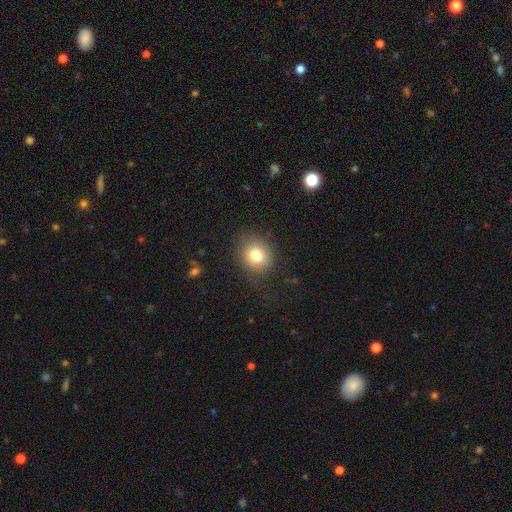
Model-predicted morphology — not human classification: Overall: smooth (79%). How rounded: round (75%). Merging: none (81%).